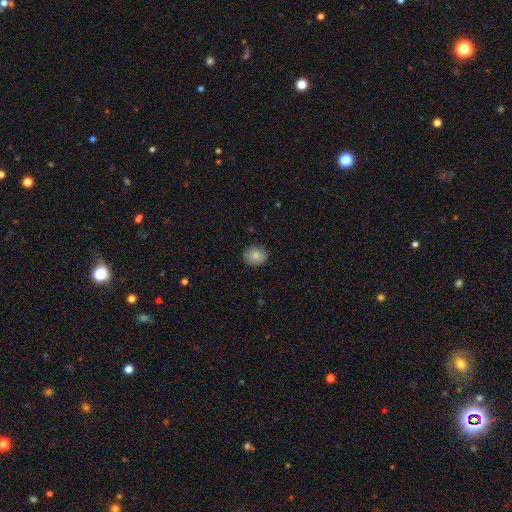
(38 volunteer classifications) Volunteers were most divided on "how rounded": round: 57%, in between: 43%, cigar-shaped: 0%. More confident: merging — none (97%); smooth or featured — smooth (79%).